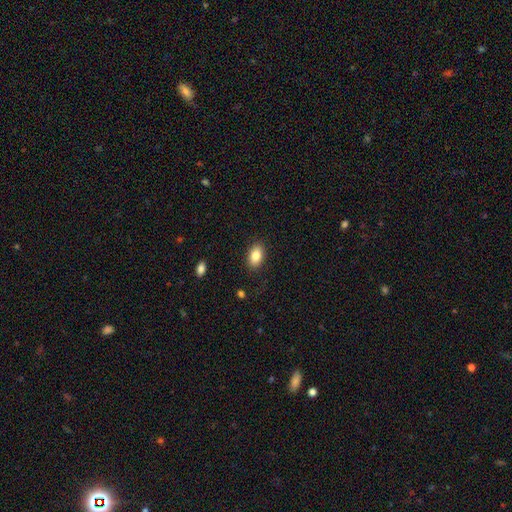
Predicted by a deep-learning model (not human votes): The model was most divided on "smooth or featured": smooth: 85%, star or artifact: 8%, featured or disk: 8%. More confident: how rounded — in between (88%); merging — none (87%).